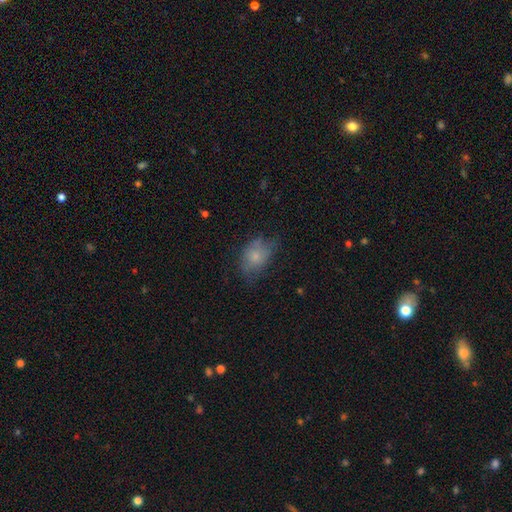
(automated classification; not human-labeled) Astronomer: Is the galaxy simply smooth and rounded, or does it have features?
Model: smooth — 69%.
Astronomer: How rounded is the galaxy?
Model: in between — 78%.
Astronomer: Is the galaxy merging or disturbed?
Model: none — 49% (runner-up: minor disturbance, 33%).